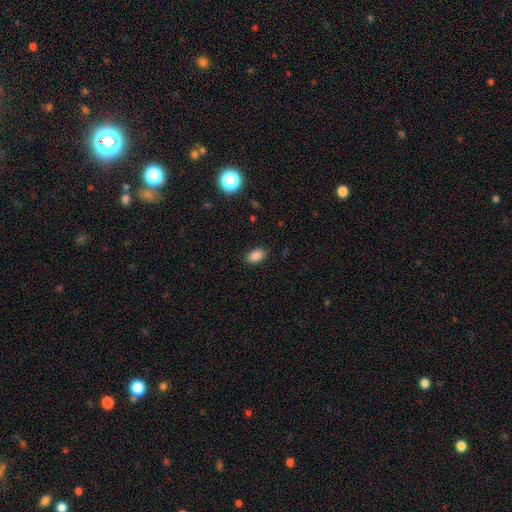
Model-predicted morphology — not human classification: Smooth or featured?
  - smooth: 86% *
  - star or artifact: 10%
  - featured or disk: 5%
How rounded?
  - in between: 90% *
  - round: 9%
  - cigar-shaped: 2%
Merging?
  - none: 87% *
  - minor disturbance: 10%
  - major disturbance: 2%
  - merger: 1%